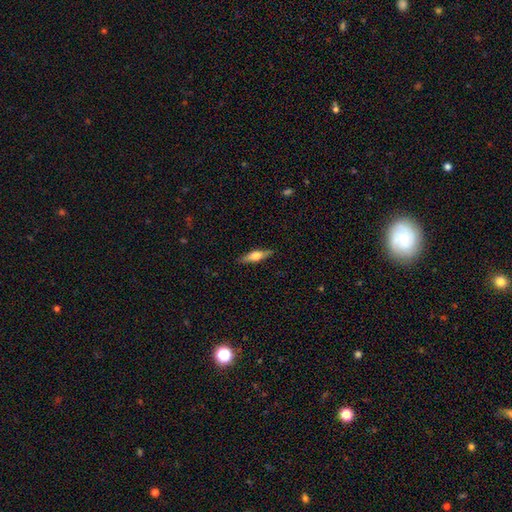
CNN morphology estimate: type=featured or disk (50%); edge-on=yes (94%); merging=none (87%).